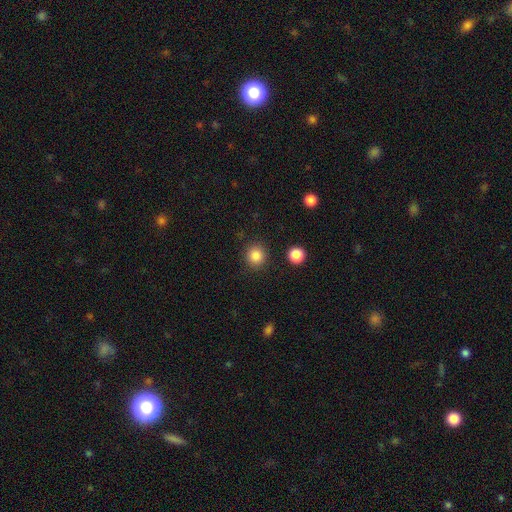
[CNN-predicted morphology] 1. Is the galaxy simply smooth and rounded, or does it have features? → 85% smooth, 11% star or artifact, 4% featured or disk.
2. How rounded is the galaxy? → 92% round, 7% in between, 1% cigar-shaped.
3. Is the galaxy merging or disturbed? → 89% none, 6% minor disturbance, 3% major disturbance, 2% merger.